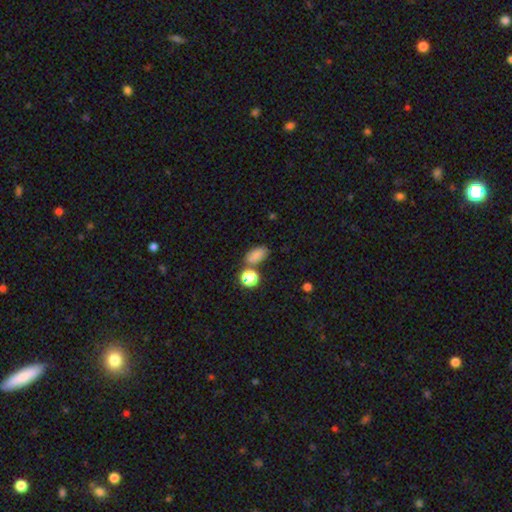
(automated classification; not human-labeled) smooth_or_featured: smooth (p=0.76) [alt: star or artifact p=0.16]
how_rounded: in between (p=0.85) [alt: round p=0.13]
merging: none (p=0.66) [alt: minor disturbance p=0.16]